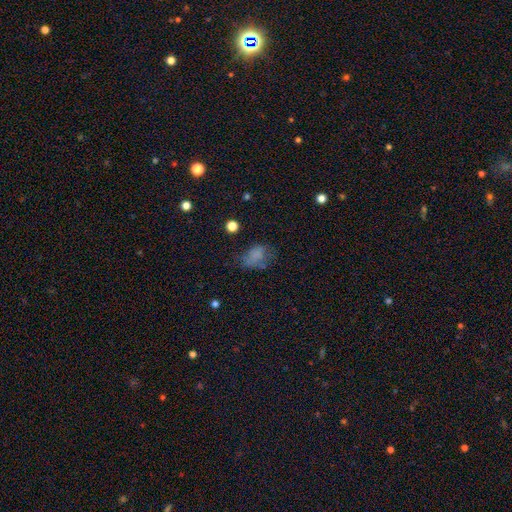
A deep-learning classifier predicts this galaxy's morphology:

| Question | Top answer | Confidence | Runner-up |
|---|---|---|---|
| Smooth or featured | smooth | 68% | featured or disk (17%) |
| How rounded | in between | 78% | round (20%) |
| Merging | none | 40% | minor disturbance (30%) |